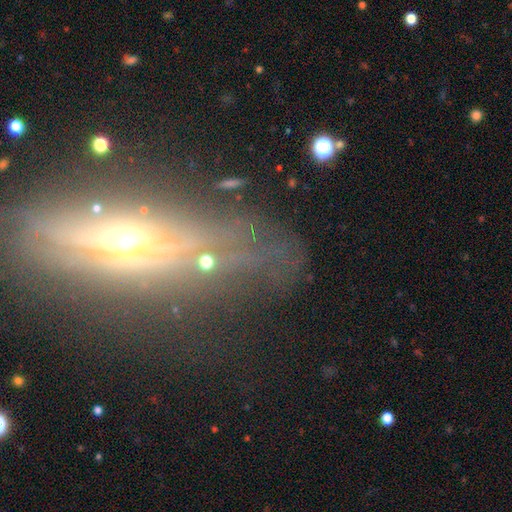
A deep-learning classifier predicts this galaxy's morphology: Q: Smooth or featured?
A: featured or disk (67%); runner-up: smooth (18%)
Q: Edge-on disk?
A: yes (71%); runner-up: no (29%)
Q: Merging?
A: none (66%); runner-up: minor disturbance (18%)